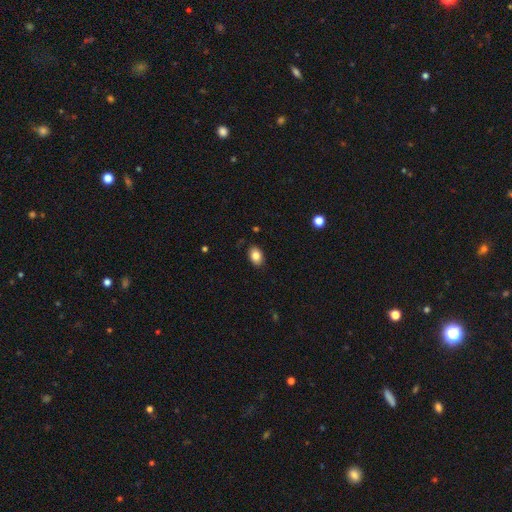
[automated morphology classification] A smooth galaxy with no disk features (84%) that is in between round and cigar-shaped (84%). Merging: none (87%).